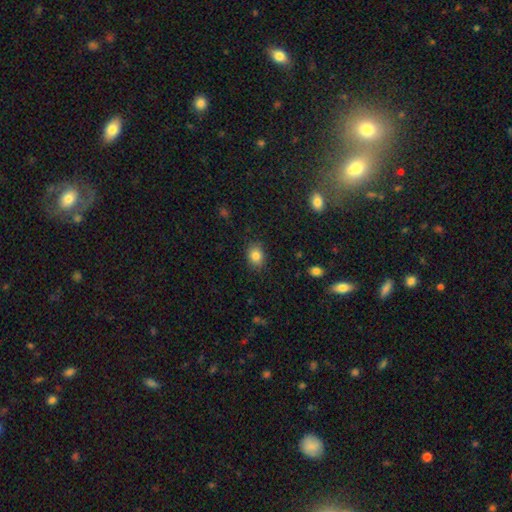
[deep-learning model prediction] This is clearly a smooth galaxy (84%). How rounded: possibly in between (53%). Merging: clearly none (86%).